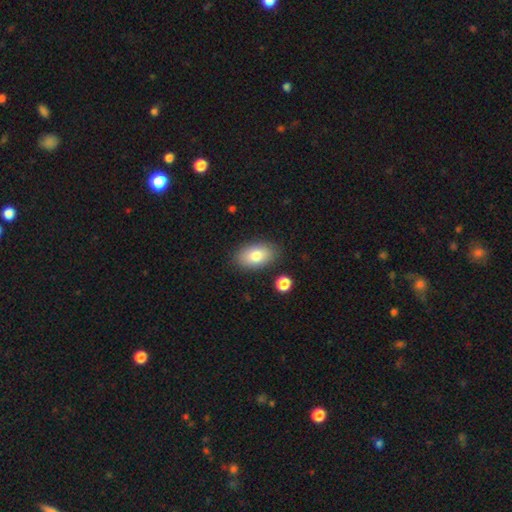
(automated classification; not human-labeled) The model was most divided on "smooth or featured": smooth: 80%, featured or disk: 13%, star or artifact: 7%. More confident: how rounded — in between (92%); merging — none (84%).